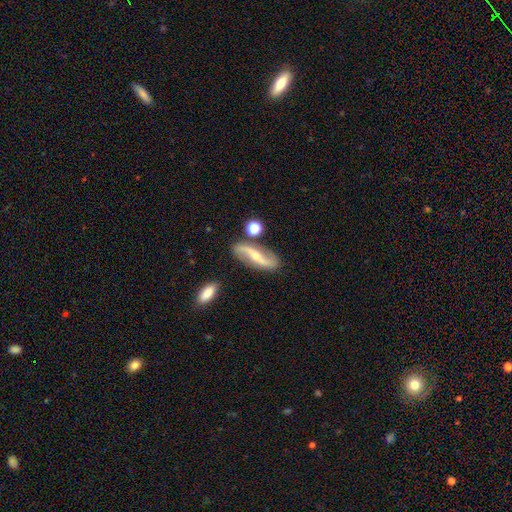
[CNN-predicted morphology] Q: Smooth or featured?
A: featured or disk (82%); runner-up: smooth (12%)
Q: Edge-on disk?
A: no (89%); runner-up: yes (11%)
Q: Bar?
A: strong (39%); runner-up: no (32%)
Q: Spiral arms?
A: yes (93%); runner-up: no (7%)
Q: Spiral winding?
A: loose (77%); runner-up: medium (17%)
Q: Spiral arm count?
A: 2 (93%); runner-up: can't tell (2%)
Q: Bulge size?
A: small (55%); runner-up: moderate (39%)
Q: Merging?
A: none (80%); runner-up: minor disturbance (12%)